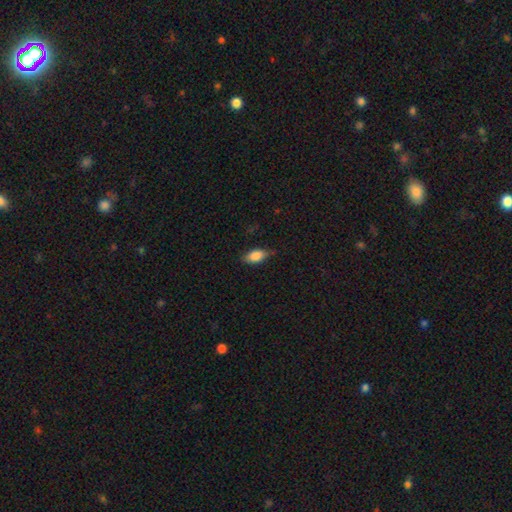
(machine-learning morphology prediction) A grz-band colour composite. It shows a smooth galaxy with no disk features (82%) that is in between round and cigar-shaped (87%). Merging: none (71%).